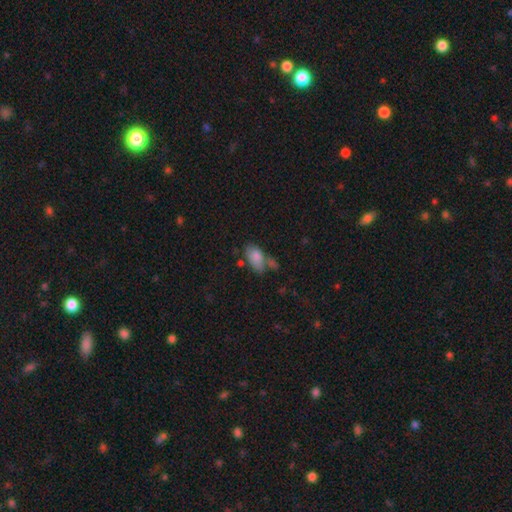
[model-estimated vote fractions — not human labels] smooth 79%, featured or disk 14%, star or artifact 8%. Down the decision tree: how rounded — in between (92%); merging — none (47%).